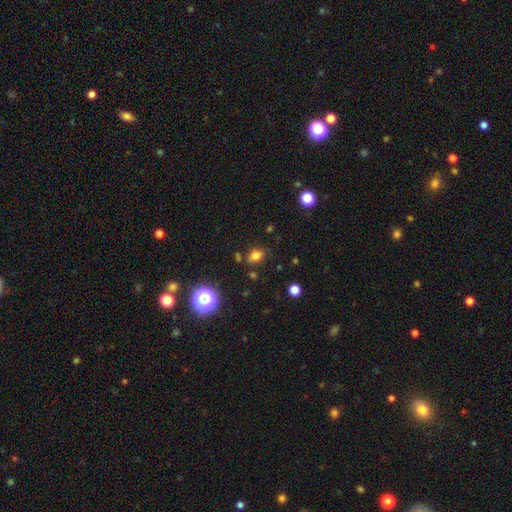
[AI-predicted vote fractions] Overall: smooth (76%). How rounded: in between (63%; round 35%). Merging: none (77%).